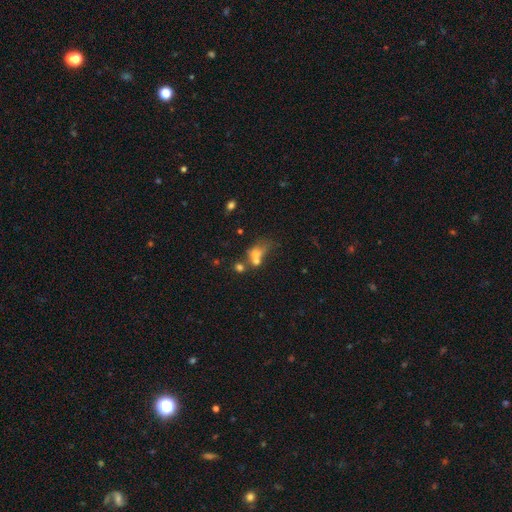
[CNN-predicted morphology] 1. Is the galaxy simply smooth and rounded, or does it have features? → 60% smooth, 23% featured or disk, 17% star or artifact.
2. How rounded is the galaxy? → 50% in between, 48% round, 3% cigar-shaped.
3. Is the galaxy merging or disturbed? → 56% merger, 23% none, 11% major disturbance, 10% minor disturbance.